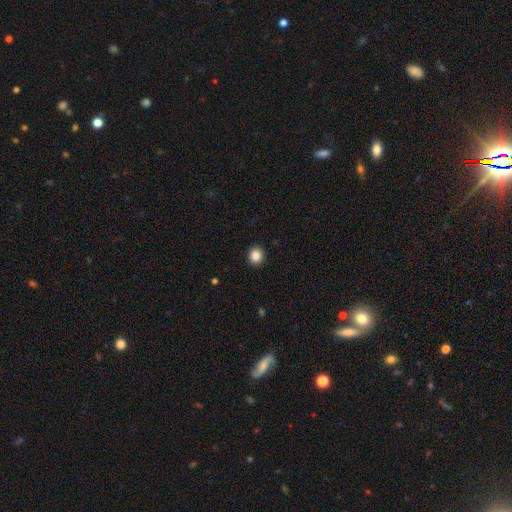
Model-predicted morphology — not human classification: Smooth or featured: smooth — 87% (star or artifact — 10%)
How rounded: round — 86% (in between — 13%)
Merging: none — 92% (minor disturbance — 5%)